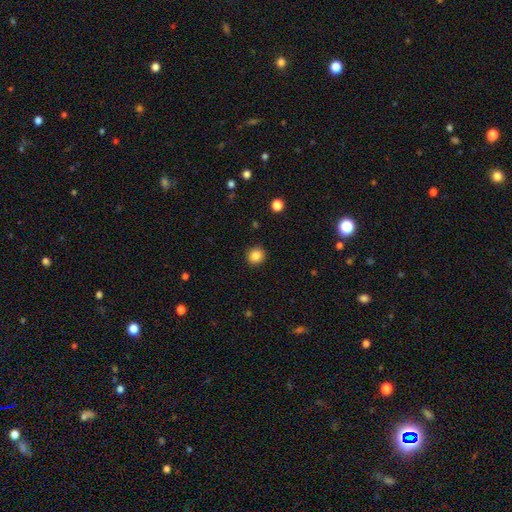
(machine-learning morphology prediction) Smooth or featured: smooth — 86% (star or artifact — 10%)
How rounded: round — 89% (in between — 10%)
Merging: none — 92% (minor disturbance — 6%)